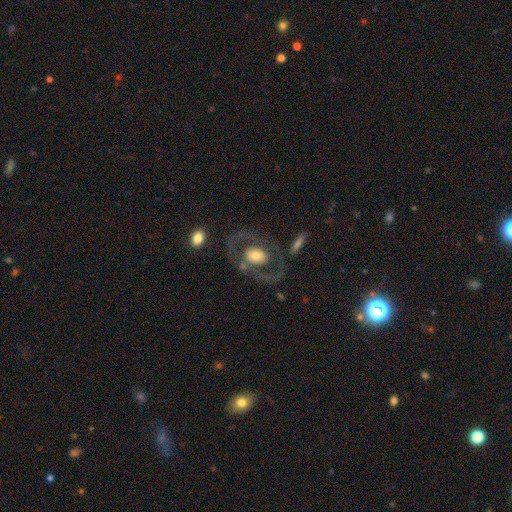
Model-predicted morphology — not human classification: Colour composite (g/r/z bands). It shows a featured or disk galaxy (57%) with no bar (77%), no spiral arms (65%) and a moderate central bulge (48%). Merging: none (70%).